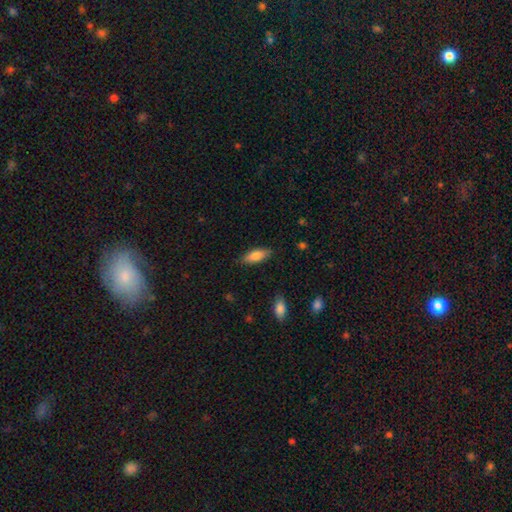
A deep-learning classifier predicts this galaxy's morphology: smooth 81%, featured or disk 13%, star or artifact 6%. Down the decision tree: how rounded — in between (65%); merging — none (84%).